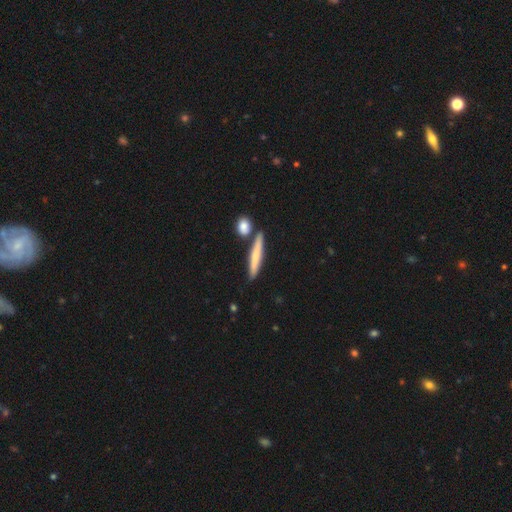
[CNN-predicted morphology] Smooth or featured? smooth (62%)
How rounded? cigar-shaped (89%)
Merging? none (77%)